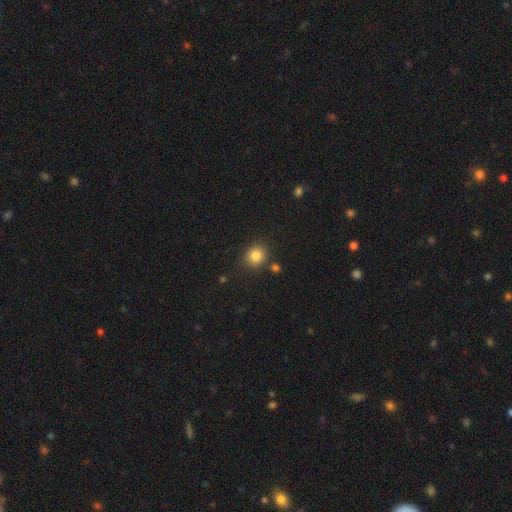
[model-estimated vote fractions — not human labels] The model was most divided on "how rounded": round: 81%, in between: 18%, cigar-shaped: 1%. More confident: smooth or featured — smooth (83%); merging — none (82%).